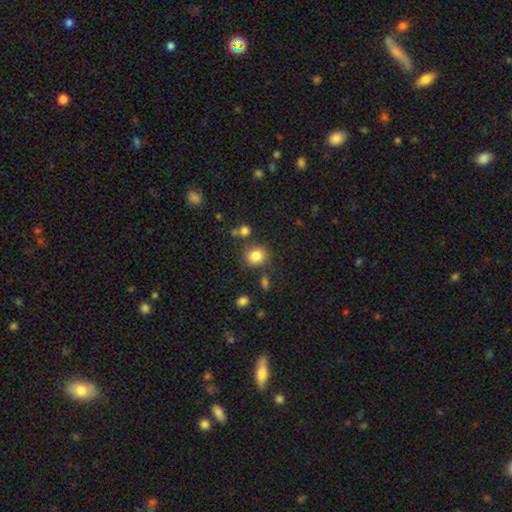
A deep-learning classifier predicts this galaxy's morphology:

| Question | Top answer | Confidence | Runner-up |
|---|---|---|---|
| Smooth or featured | smooth | 84% | star or artifact (10%) |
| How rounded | round | 76% | in between (24%) |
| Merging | none | 75% | minor disturbance (12%) |